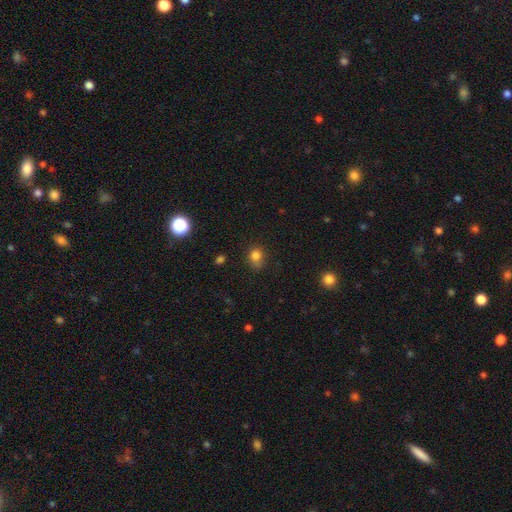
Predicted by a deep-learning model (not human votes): Smooth or featured? smooth (79%)
How rounded? round (63%)
Merging? none (58%)